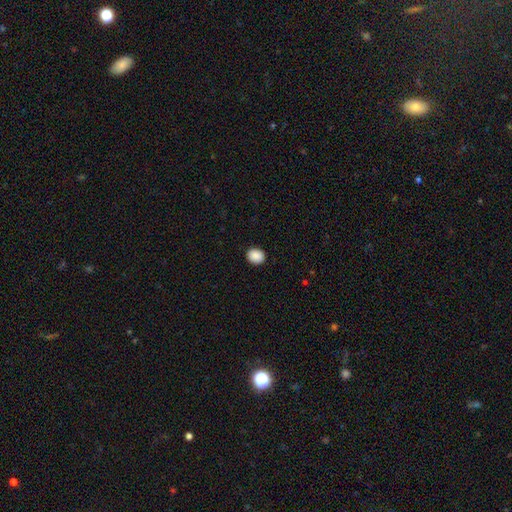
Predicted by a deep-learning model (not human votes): Smooth or featured? Predicted: smooth (p=0.89). How rounded? Predicted: round (p=0.62). Merging? Predicted: none (p=0.91).